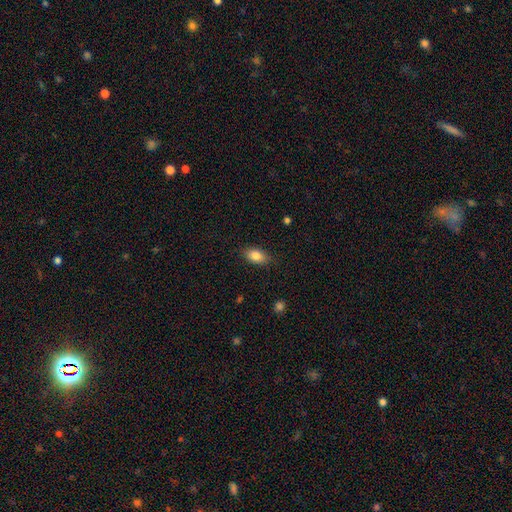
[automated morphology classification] The model was most divided on "merging": none: 85%, minor disturbance: 11%, major disturbance: 3%, merger: 1%. More confident: how rounded — in between (89%); smooth or featured — smooth (85%).